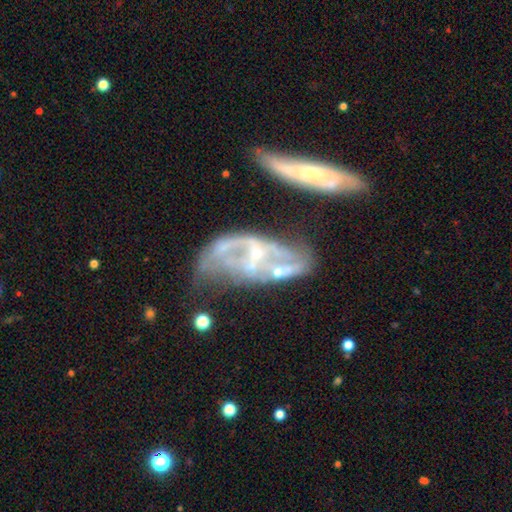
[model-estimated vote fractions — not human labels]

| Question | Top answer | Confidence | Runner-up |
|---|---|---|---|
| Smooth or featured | featured or disk | 77% | smooth (14%) |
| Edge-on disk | no | 91% | yes (9%) |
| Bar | no | 48% | weak (34%) |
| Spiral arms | yes | 64% | no (36%) |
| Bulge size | small | 51% | none (28%) |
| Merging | none | 28% | merger (27%) |